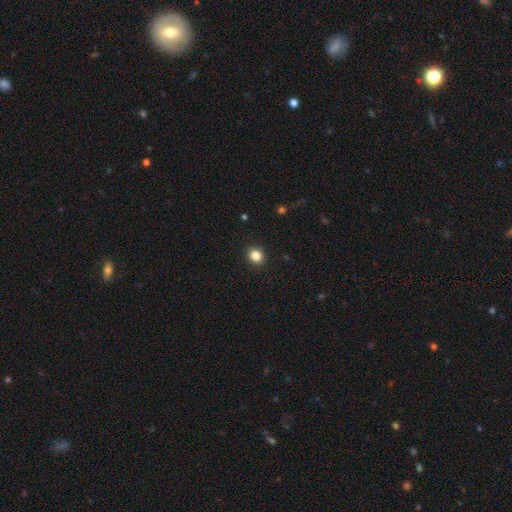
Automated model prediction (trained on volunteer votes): smooth 84%, star or artifact 11%, featured or disk 5%. Down the decision tree: how rounded — round (78%); merging — none (92%).